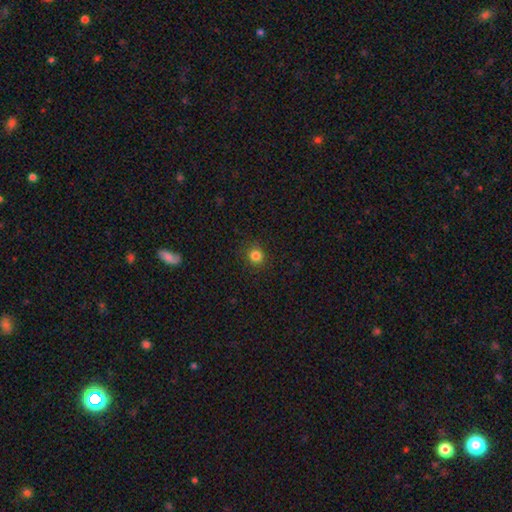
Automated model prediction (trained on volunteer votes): Morphology: type=smooth (83%); roundness=round (89%); merging=none (89%).